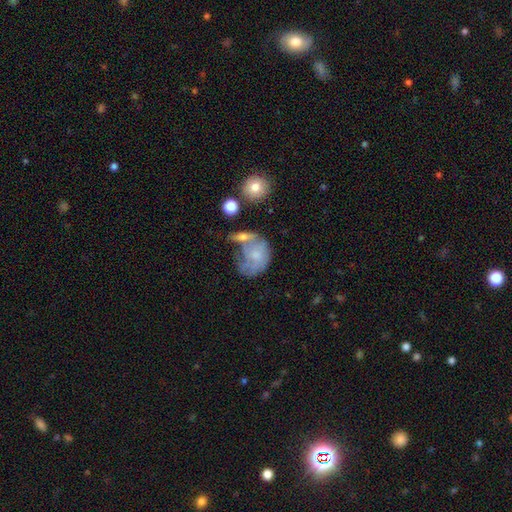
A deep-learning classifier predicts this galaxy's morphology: The model was most divided on "merging" (2-way tie): major disturbance: 27%, none: 27%, merger: 26%, minor disturbance: 21%. Remaining: smooth or featured — featured or disk (47%).